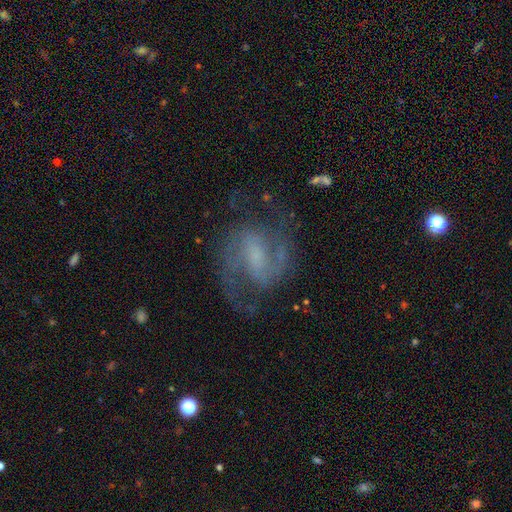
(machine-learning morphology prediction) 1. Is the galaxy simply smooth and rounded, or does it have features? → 89% featured or disk, 6% star or artifact, 5% smooth.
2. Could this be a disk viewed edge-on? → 98% no, 2% yes.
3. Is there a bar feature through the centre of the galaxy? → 52% weak, 24% strong, 24% no.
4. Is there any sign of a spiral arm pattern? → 97% yes, 3% no.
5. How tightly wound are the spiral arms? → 62% medium, 20% tight, 18% loose.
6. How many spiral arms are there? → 92% 2, 3% can't tell, 2% 3, 1% 1, 1% 4, 1% more than 4.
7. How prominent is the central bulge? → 42% small, 30% none, 21% moderate, 5% large, 1% dominant.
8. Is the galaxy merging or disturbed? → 74% none, 15% minor disturbance, 9% major disturbance, 2% merger.